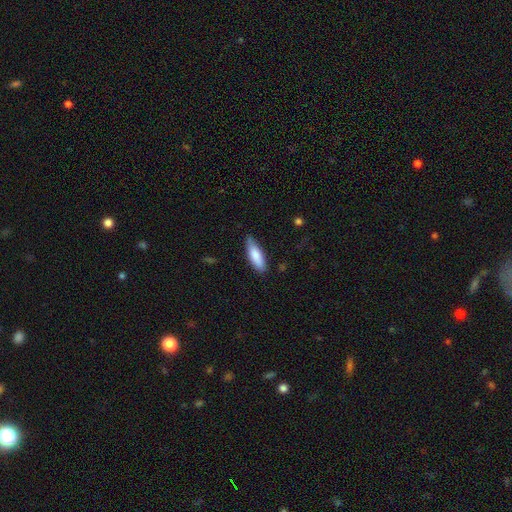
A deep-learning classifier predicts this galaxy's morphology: This appears to be a smooth galaxy with no disk features (82%) that is in between round and cigar-shaped (52%). Merging: none (75%).